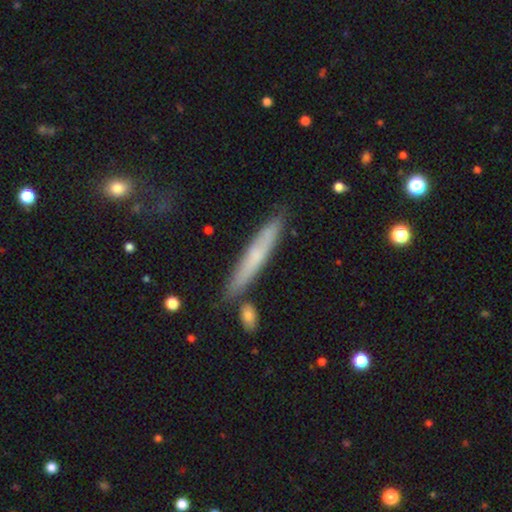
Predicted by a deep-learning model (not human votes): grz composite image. It shows a smooth galaxy with no disk features (55%) that is cigar-shaped (94%). Merging: none (80%).